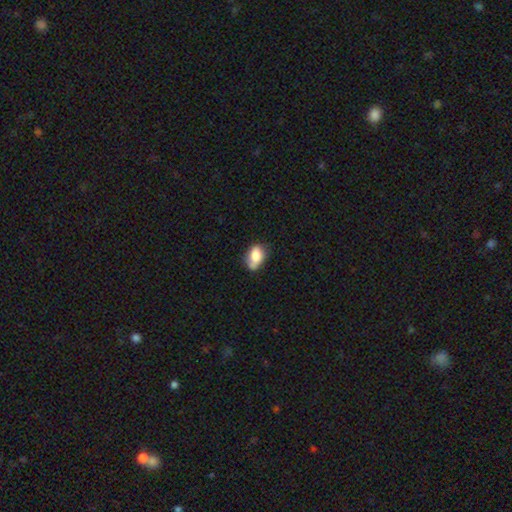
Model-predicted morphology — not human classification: Smooth or featured: smooth — 75% (featured or disk — 17%)
How rounded: in between — 84% (round — 14%)
Merging: none — 46% (minor disturbance — 34%)